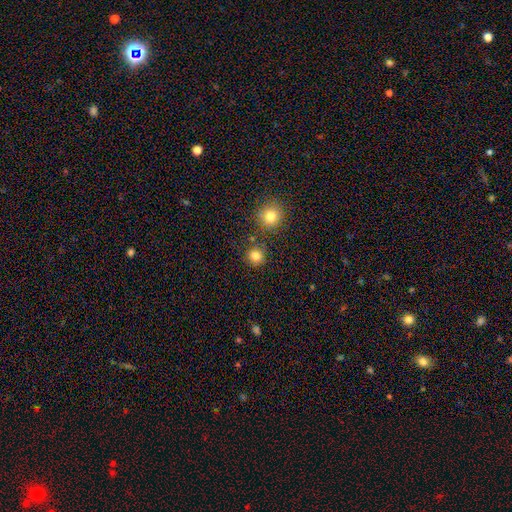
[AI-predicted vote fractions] Overall: smooth (82%). How rounded: round (91%). Merging: none (82%).